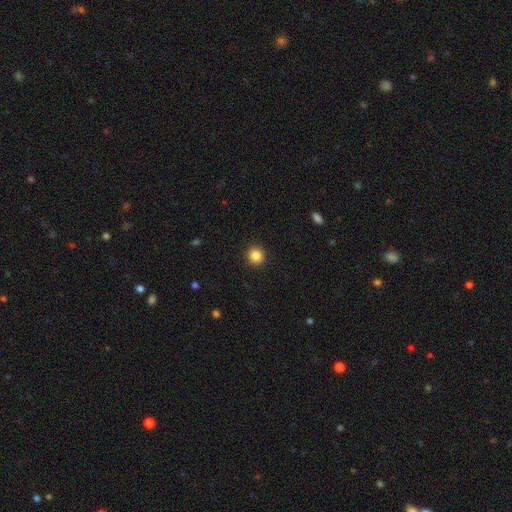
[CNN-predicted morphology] Overall: smooth (86%). How rounded: round (89%). Merging: none (92%).